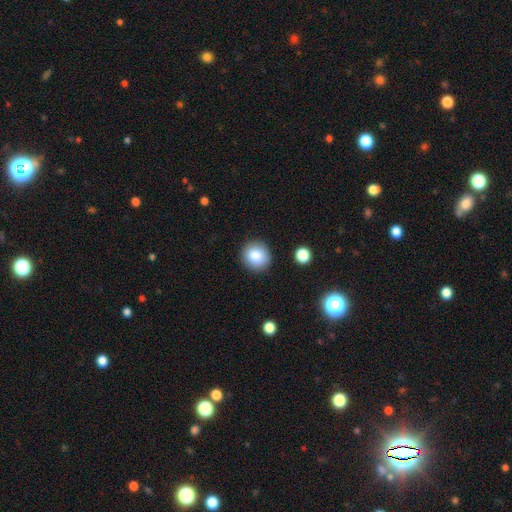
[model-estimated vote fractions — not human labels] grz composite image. It shows a smooth galaxy with no disk features (86%) that is round (90%). Merging: none (90%).